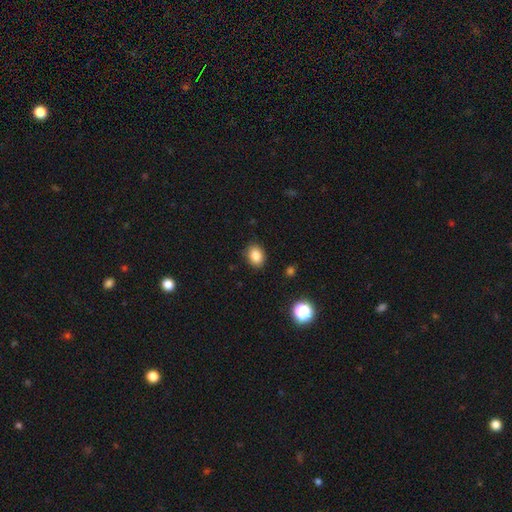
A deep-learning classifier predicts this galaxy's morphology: The model was most divided on "how rounded": in between: 64%, round: 35%, cigar-shaped: 1%. More confident: merging — none (86%); smooth or featured — smooth (85%).